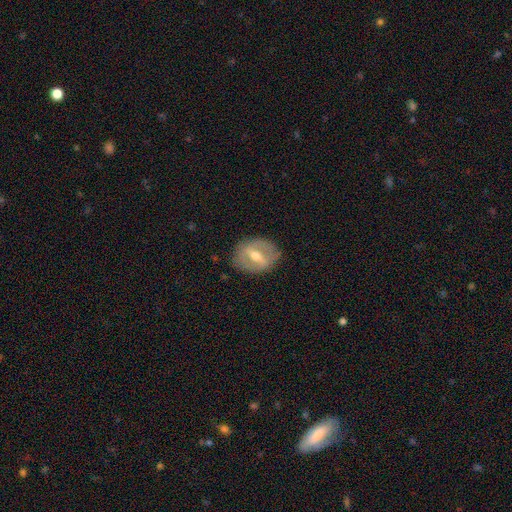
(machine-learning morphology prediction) featured or disk 62%, smooth 32%, star or artifact 7%. Down the decision tree: edge-on disk — no (87%); bar — strong (58%); spiral arms — no (77%); bulge size — moderate (70%); merging — none (82%).